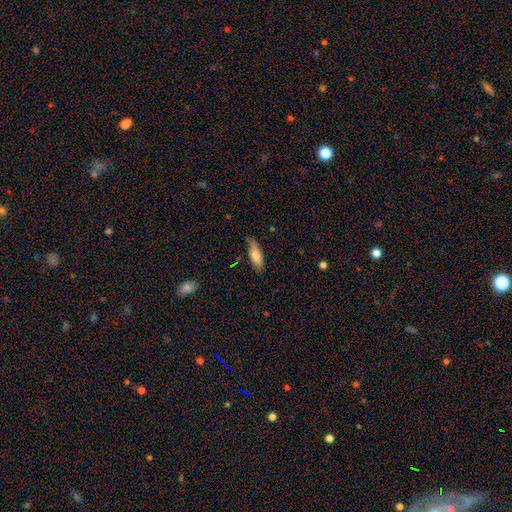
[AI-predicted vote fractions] Q: Smooth or featured?
A: smooth (77%); runner-up: featured or disk (16%)
Q: How rounded?
A: in between (53%); runner-up: cigar-shaped (45%)
Q: Merging?
A: none (80%); runner-up: minor disturbance (15%)